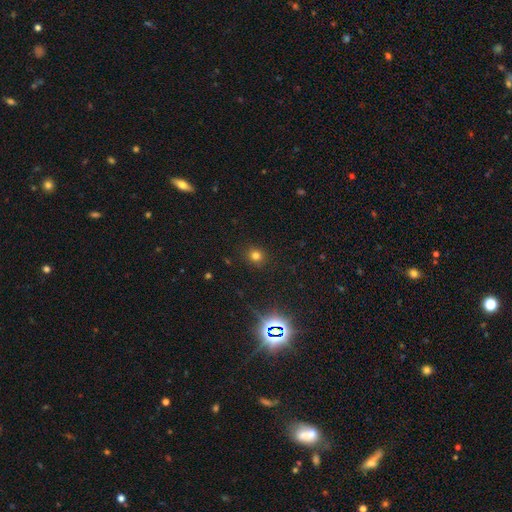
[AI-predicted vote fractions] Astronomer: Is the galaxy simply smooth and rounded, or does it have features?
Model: smooth — 74%.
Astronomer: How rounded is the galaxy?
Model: round — 85%.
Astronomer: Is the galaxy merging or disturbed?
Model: none — 88%.